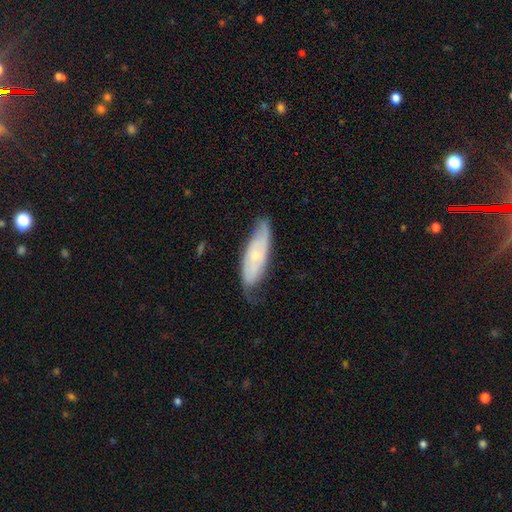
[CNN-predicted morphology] type=featured or disk (60%); edge-on=no (81%); merging=none (65%).